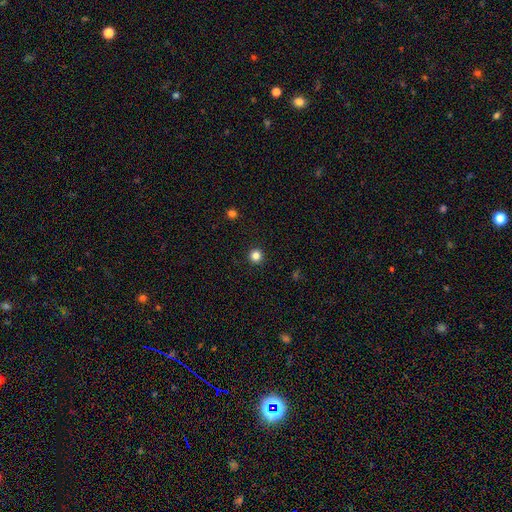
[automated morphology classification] Smooth or featured? Predicted: smooth (p=0.83). How rounded? Predicted: round (p=0.96). Merging? Predicted: none (p=0.94).